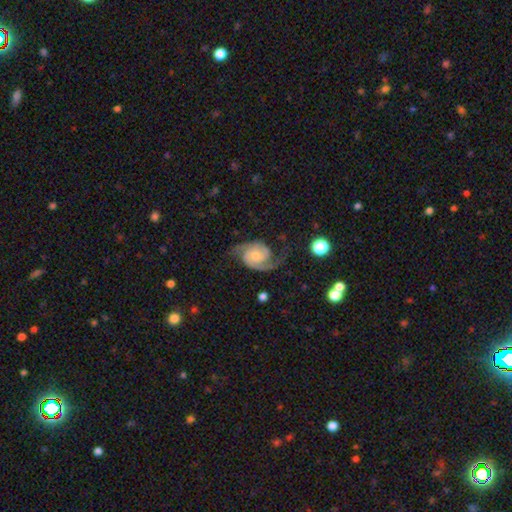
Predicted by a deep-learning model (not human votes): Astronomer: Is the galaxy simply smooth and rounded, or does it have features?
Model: featured or disk — 88%.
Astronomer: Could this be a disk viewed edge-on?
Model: no — 98%.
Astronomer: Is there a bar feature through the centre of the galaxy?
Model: no — 67%.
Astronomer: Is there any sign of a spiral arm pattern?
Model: yes — 97%.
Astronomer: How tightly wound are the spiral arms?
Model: medium — 50% (runner-up: loose, 26%).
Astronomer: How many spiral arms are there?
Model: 2 — 90%.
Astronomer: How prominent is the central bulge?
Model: moderate — 52% (runner-up: small, 38%).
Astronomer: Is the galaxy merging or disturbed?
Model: none — 68%.